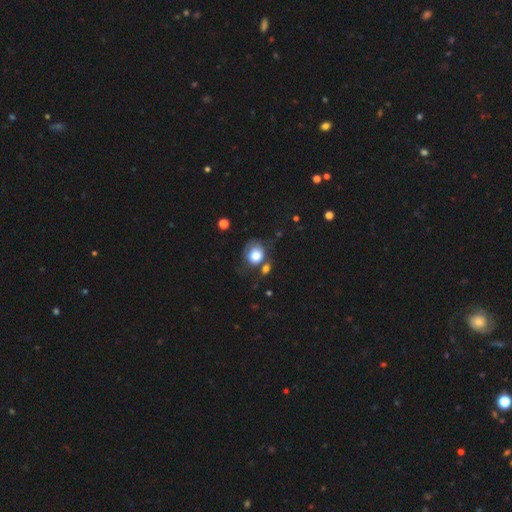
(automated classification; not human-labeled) A smooth galaxy with no disk features (77%) that is round (75%).

Vote fractions:
- Smooth or featured? smooth: 77% / featured or disk: 13% / star or artifact: 9%
- How rounded? round: 75% / in between: 24% / cigar-shaped: 1%
- Merging? none: 48% / minor disturbance: 25% / major disturbance: 15% / merger: 12%